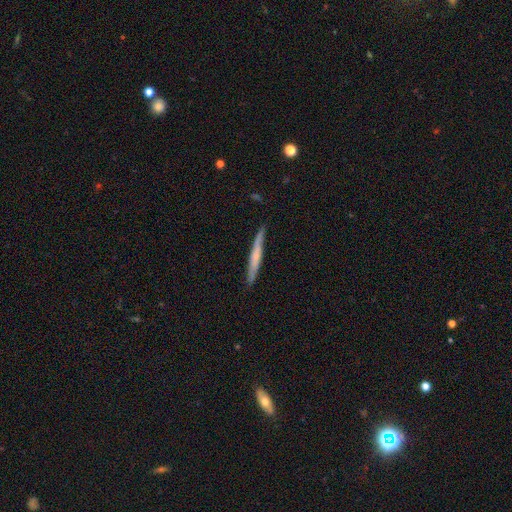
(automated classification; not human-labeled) featured or disk 50%, smooth 44%, star or artifact 6%. Down the decision tree: merging — none (86%).